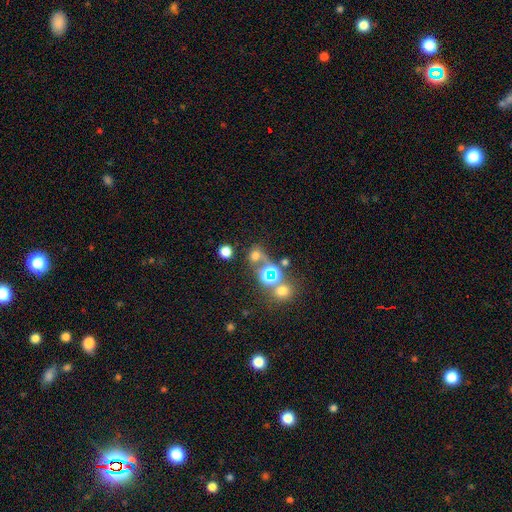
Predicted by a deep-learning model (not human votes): Morphology: type=smooth (57%); roundness=round (81%); merging=none (57%).